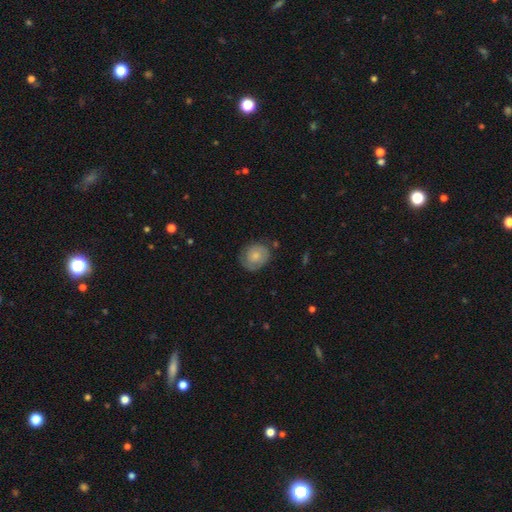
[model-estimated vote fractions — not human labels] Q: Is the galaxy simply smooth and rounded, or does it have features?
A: smooth — 68%.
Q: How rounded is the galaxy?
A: round — 69%.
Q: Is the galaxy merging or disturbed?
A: none — 70%.